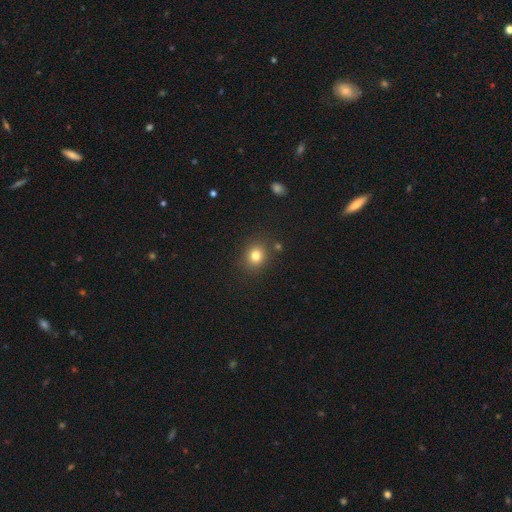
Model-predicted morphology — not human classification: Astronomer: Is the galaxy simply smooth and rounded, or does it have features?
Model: smooth — 79%.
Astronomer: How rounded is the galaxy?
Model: round — 78%.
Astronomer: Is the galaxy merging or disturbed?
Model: none — 86%.